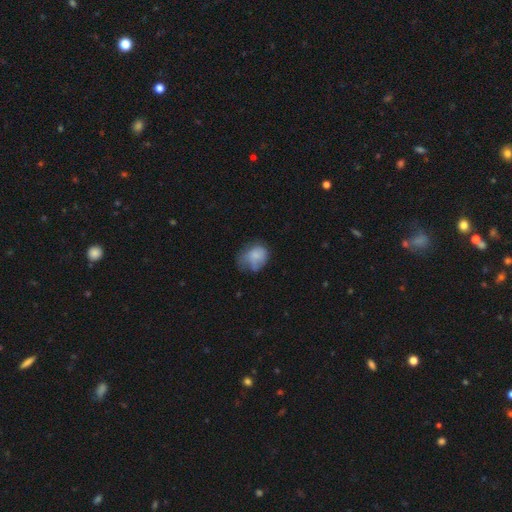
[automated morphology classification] Overall: smooth (72%). How rounded: in between (55%; round 44%). Merging: minor disturbance (37%; none 33%).